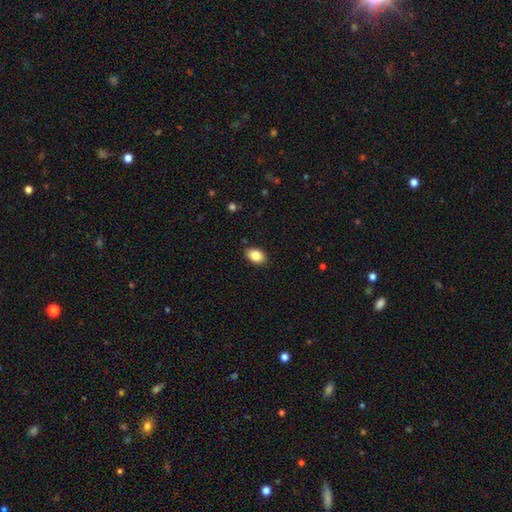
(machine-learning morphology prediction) Smooth or featured? smooth (85%)
How rounded? in between (86%)
Merging? none (87%)